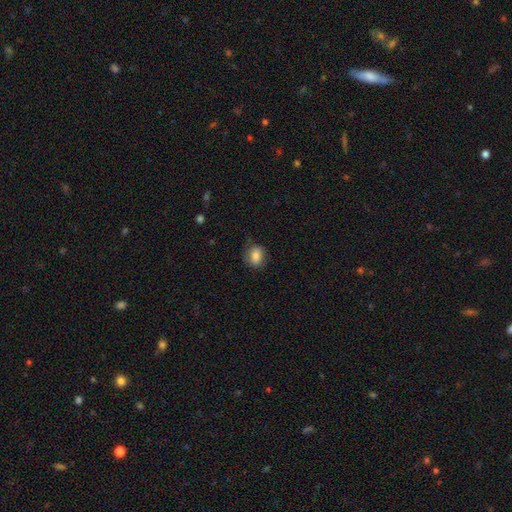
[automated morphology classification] Smooth or featured: smooth — 84% (star or artifact — 8%)
How rounded: in between — 57% (round — 42%)
Merging: none — 73% (minor disturbance — 20%)